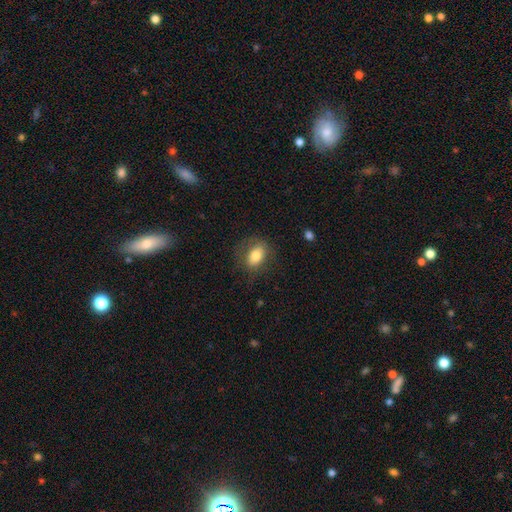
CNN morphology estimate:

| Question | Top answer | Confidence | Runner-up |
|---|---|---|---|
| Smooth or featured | smooth | 77% | featured or disk (16%) |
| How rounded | in between | 84% | round (13%) |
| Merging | none | 73% | minor disturbance (17%) |